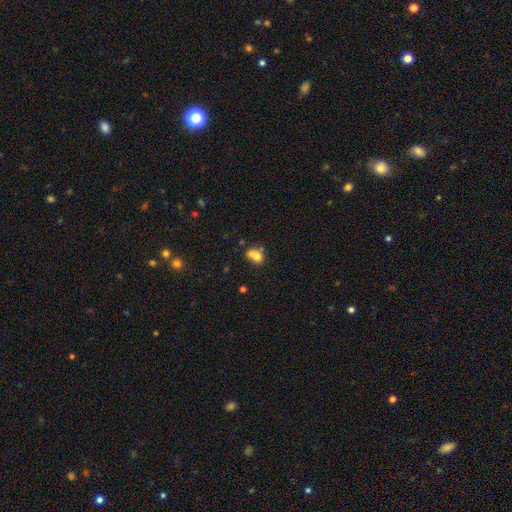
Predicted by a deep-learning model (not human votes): A smooth galaxy with no disk features (70%) that is round (54%). Merging: merger (56%).